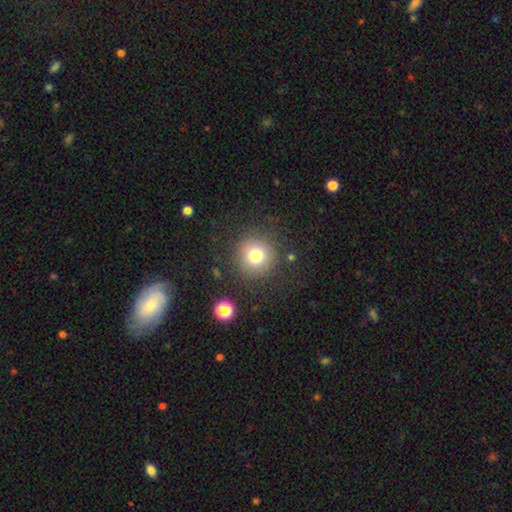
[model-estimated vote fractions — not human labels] Morphology: type=smooth (76%); roundness=round (94%); merging=none (86%).